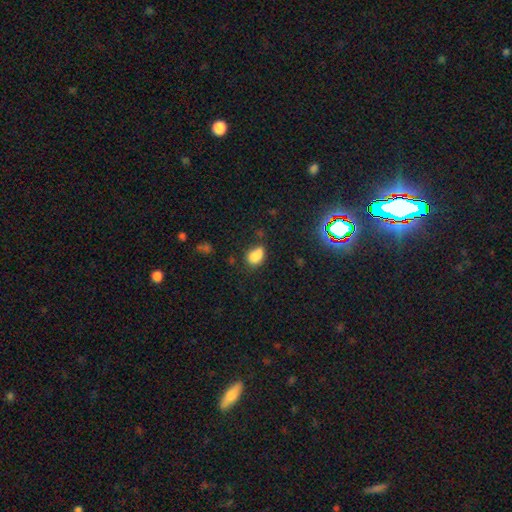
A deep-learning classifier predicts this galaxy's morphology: smooth_or_featured: smooth (p=0.81) [alt: star or artifact p=0.12]
how_rounded: in between (p=0.83) [alt: round p=0.15]
merging: none (p=0.51) [alt: minor disturbance p=0.28]